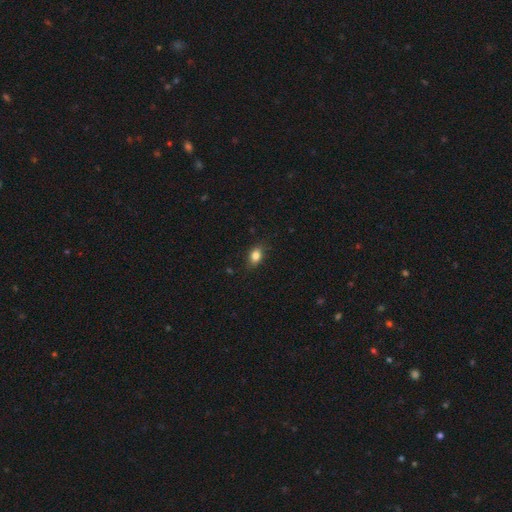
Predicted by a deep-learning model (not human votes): Overall: smooth (84%). How rounded: in between (78%). Merging: none (84%).